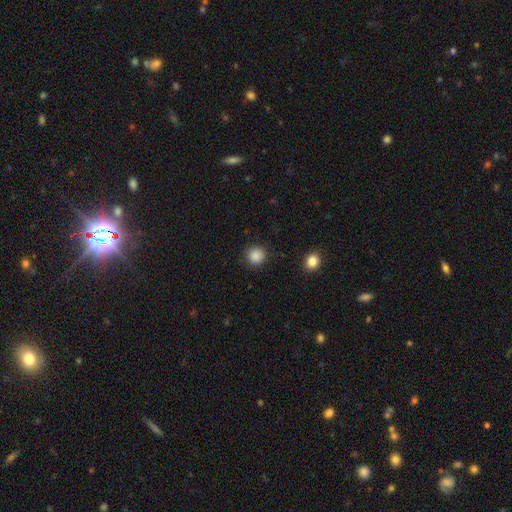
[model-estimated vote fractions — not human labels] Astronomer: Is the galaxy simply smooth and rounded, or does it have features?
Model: smooth — 87%.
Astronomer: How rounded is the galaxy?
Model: round — 90%.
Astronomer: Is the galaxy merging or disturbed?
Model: none — 89%.